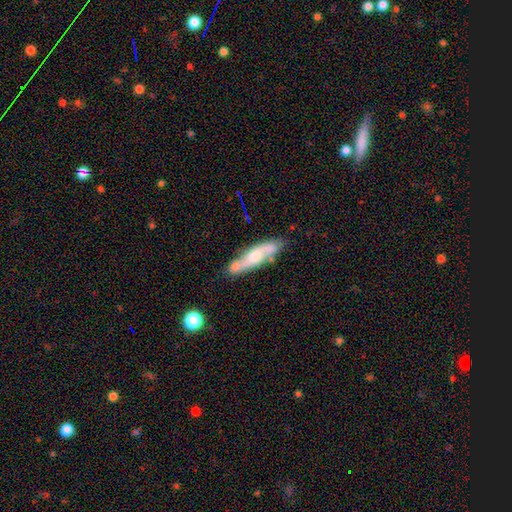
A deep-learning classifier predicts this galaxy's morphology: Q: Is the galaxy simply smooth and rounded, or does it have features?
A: featured or disk — 55%.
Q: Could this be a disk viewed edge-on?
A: no — 58%.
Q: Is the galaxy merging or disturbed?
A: none — 62%.